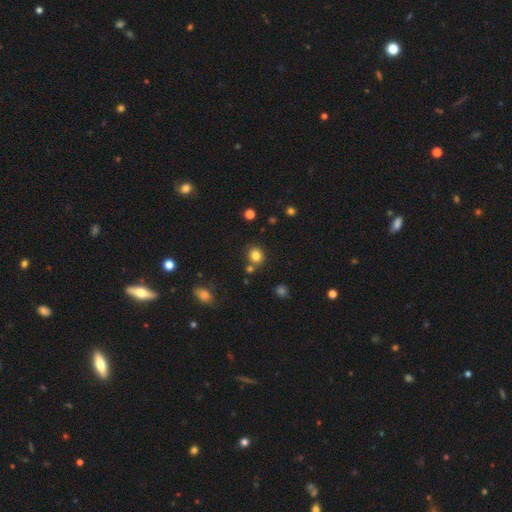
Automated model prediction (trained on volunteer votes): A smooth galaxy with no disk features (82%) that is round (79%). Merging: none (76%).